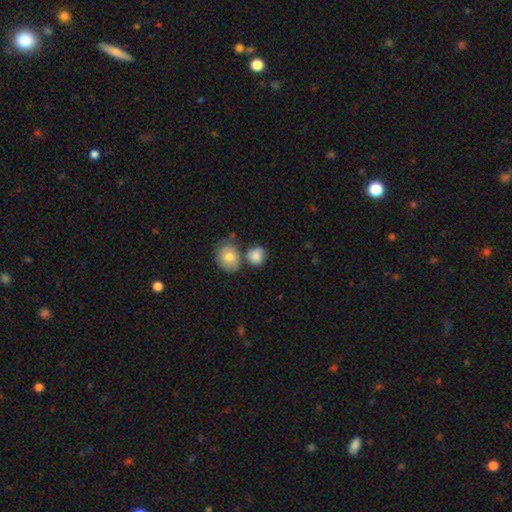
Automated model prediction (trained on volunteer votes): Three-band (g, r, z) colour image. It shows a smooth galaxy with no disk features (83%) that is round (76%). Merging: none (57%).